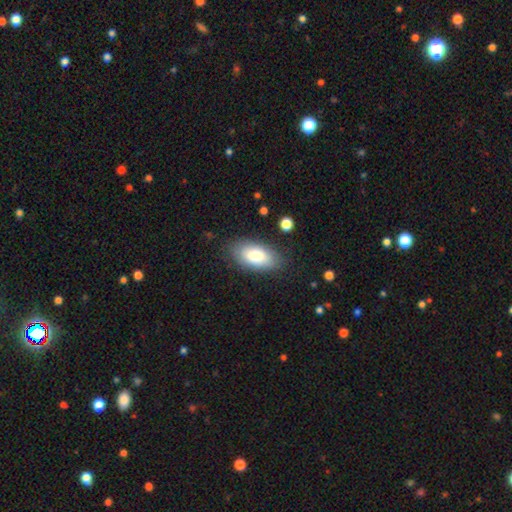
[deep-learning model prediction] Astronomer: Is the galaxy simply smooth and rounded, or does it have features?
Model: smooth — 80%.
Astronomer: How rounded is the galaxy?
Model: in between — 93%.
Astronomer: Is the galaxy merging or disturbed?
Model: none — 81%.